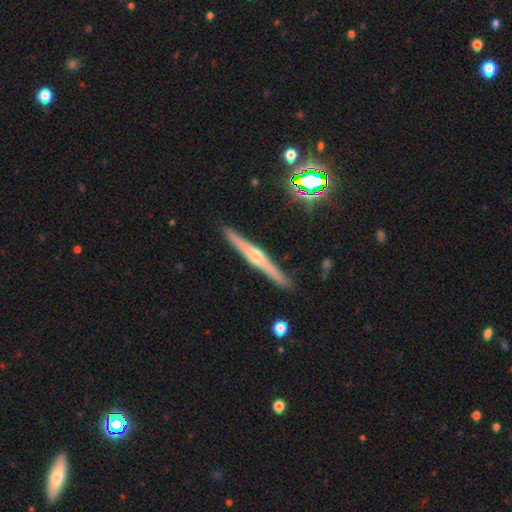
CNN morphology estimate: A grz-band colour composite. It shows a featured or disk galaxy (75%) viewed edge-on (98%) with a rounded central bulge (90%). Merging: none (91%).